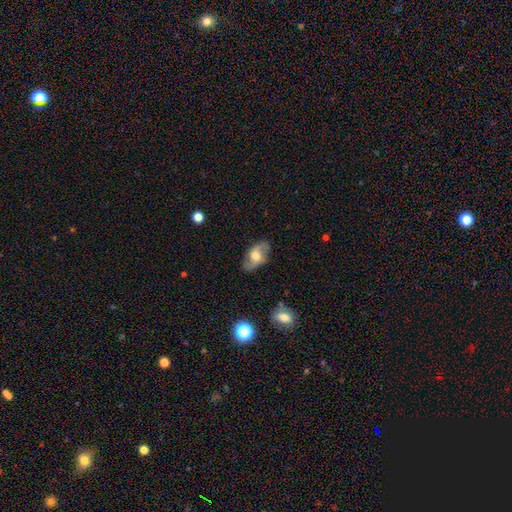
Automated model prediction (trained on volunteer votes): Q: Smooth or featured?
A: featured or disk (59%); runner-up: smooth (33%)
Q: Edge-on disk?
A: no (90%); runner-up: yes (10%)
Q: Bar?
A: no (52%); runner-up: weak (37%)
Q: Spiral arms?
A: yes (80%); runner-up: no (20%)
Q: Bulge size?
A: moderate (57%); runner-up: large (27%)
Q: Merging?
A: none (79%); runner-up: minor disturbance (15%)